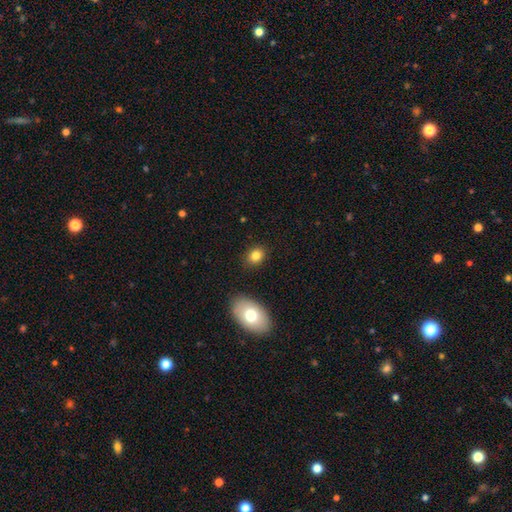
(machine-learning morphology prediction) A smooth galaxy with no disk features (81%) that is in between round and cigar-shaped (56%). Merging: none (86%).